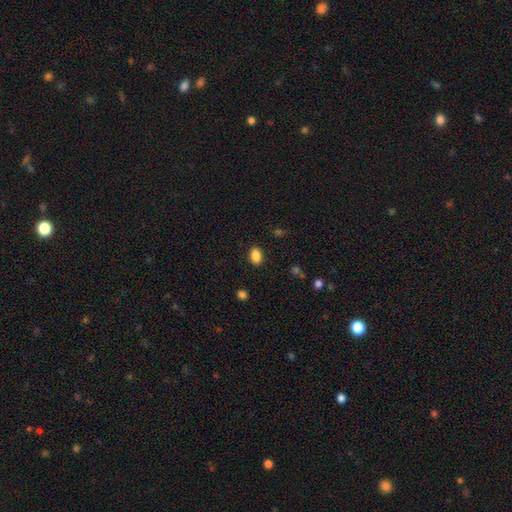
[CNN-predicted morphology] Smooth or featured: smooth — 87% (star or artifact — 9%)
How rounded: in between — 81% (round — 17%)
Merging: none — 88% (minor disturbance — 8%)